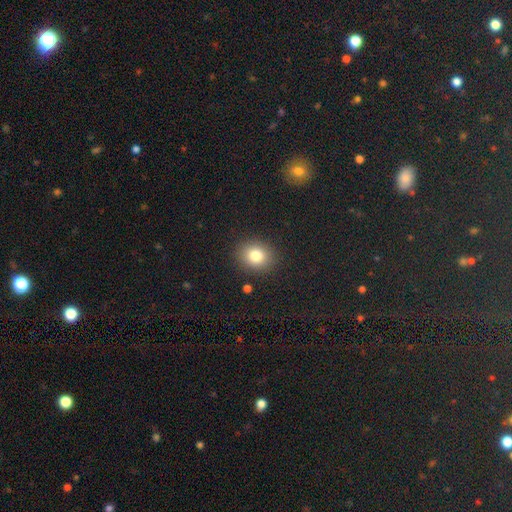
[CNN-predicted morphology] This is clearly a smooth galaxy (81%). How rounded: likely round (66%). Merging: clearly none (88%).